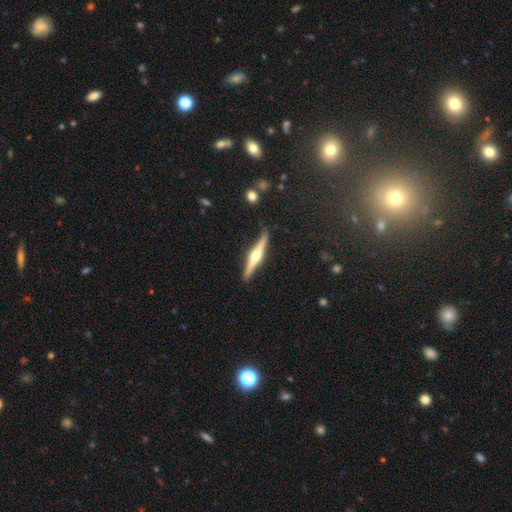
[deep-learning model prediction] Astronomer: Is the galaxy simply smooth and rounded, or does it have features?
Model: featured or disk — 76%.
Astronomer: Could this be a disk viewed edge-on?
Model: yes — 98%.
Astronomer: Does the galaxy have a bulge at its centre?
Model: rounded — 94%.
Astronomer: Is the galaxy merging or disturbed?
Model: none — 85%.